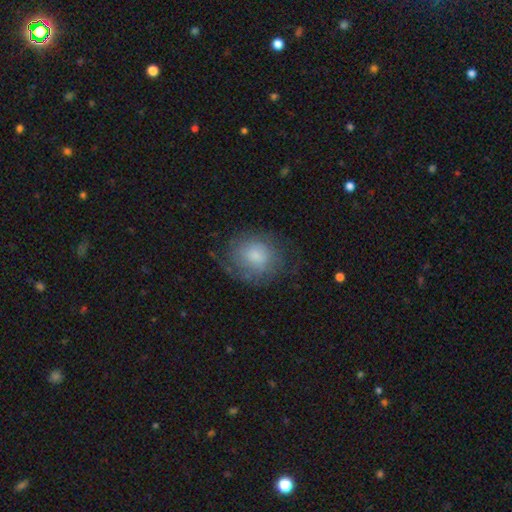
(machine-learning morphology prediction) Smooth or featured? smooth (52%)
How rounded? round (68%)
Merging? none (65%)